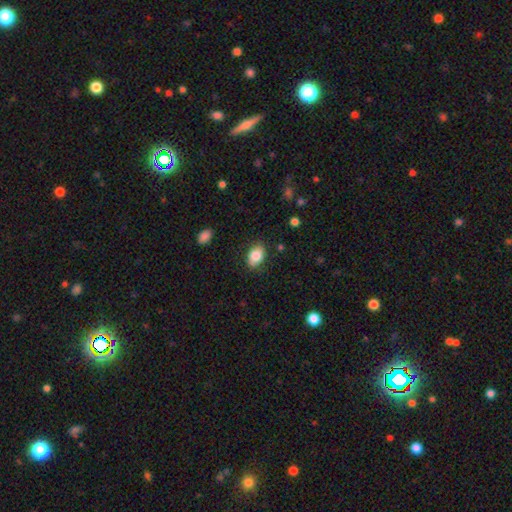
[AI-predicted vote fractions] Overall: smooth (83%). How rounded: in between (85%). Merging: none (82%).